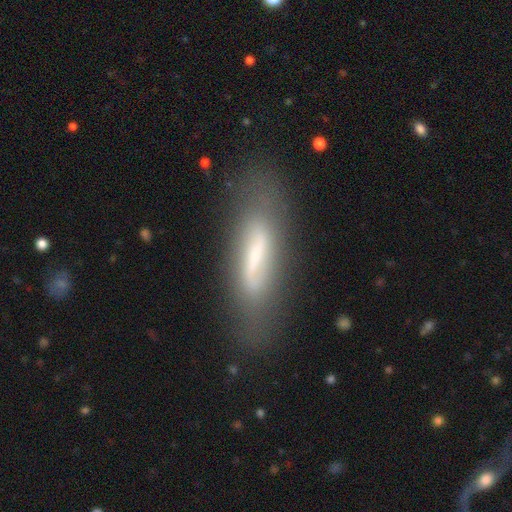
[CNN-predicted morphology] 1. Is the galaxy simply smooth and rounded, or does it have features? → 52% featured or disk, 39% smooth, 9% star or artifact.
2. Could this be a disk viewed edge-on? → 64% no, 36% yes.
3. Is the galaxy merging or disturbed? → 66% none, 20% minor disturbance, 10% major disturbance, 3% merger.